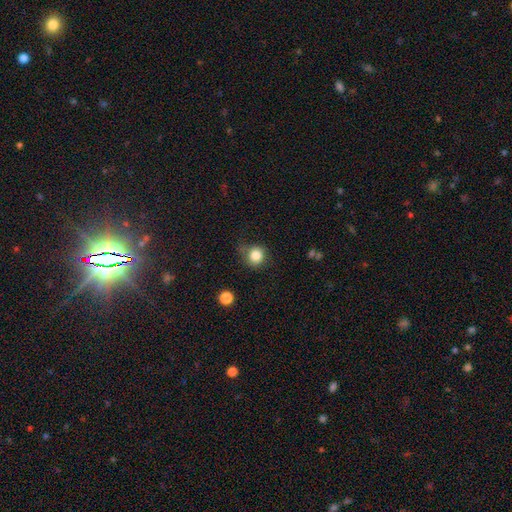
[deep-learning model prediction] Q: Smooth or featured?
A: smooth (83%); runner-up: star or artifact (11%)
Q: How rounded?
A: round (88%); runner-up: in between (11%)
Q: Merging?
A: none (67%); runner-up: minor disturbance (22%)